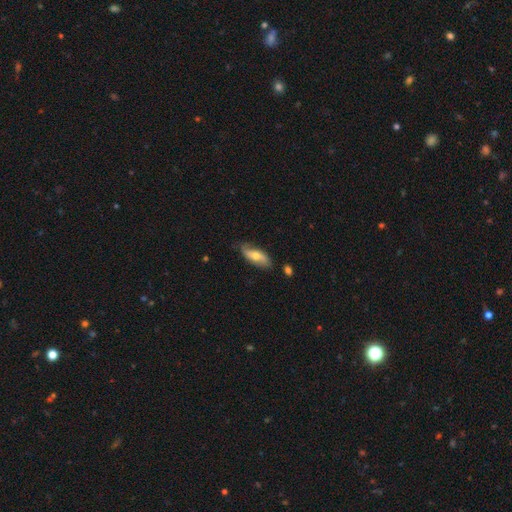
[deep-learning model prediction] featured or disk 48%, smooth 46%, star or artifact 6%. Down the decision tree: merging — none (72%).